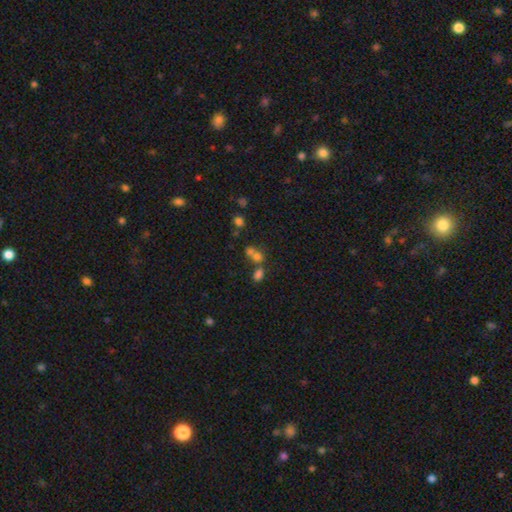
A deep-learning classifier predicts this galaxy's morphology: Smooth or featured? smooth (66%)
How rounded? round (53%)
Merging? merger (52%)